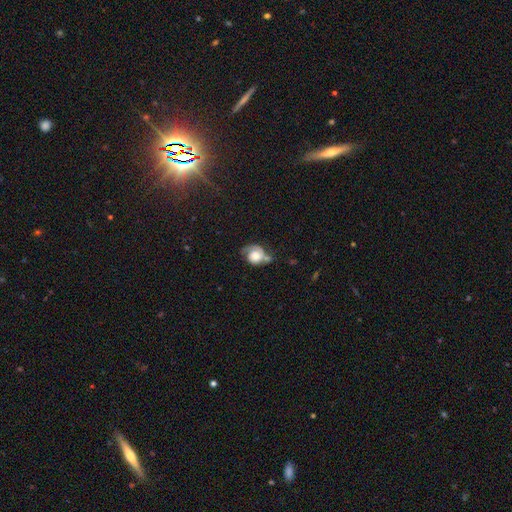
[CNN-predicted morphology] Smooth or featured?
  - featured or disk: 55% *
  - smooth: 37%
  - star or artifact: 8%
Edge-on disk?
  - no: 97% *
  - yes: 3%
Bar?
  - no: 79% *
  - weak: 17%
  - strong: 4%
Spiral arms?
  - yes: 84% *
  - no: 16%
Bulge size?
  - large: 38% *
  - moderate: 34%
  - small: 15%
  - dominant: 8%
  - none: 6%
Merging?
  - none: 38% *
  - minor disturbance: 27%
  - major disturbance: 22%
  - merger: 13%